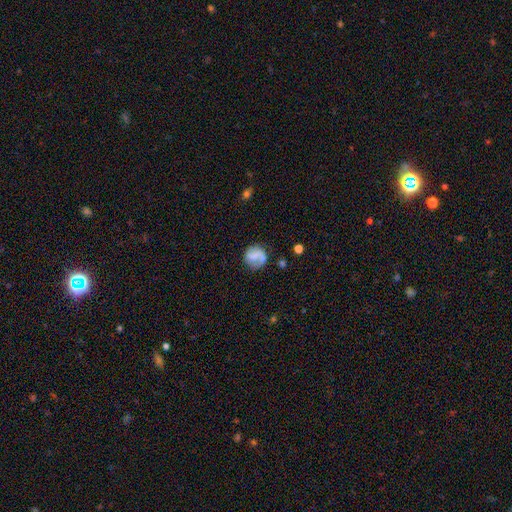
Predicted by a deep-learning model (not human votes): smooth_or_featured: featured or disk (p=0.49) [alt: smooth p=0.42]
merging: none (p=0.67) [alt: minor disturbance p=0.19]